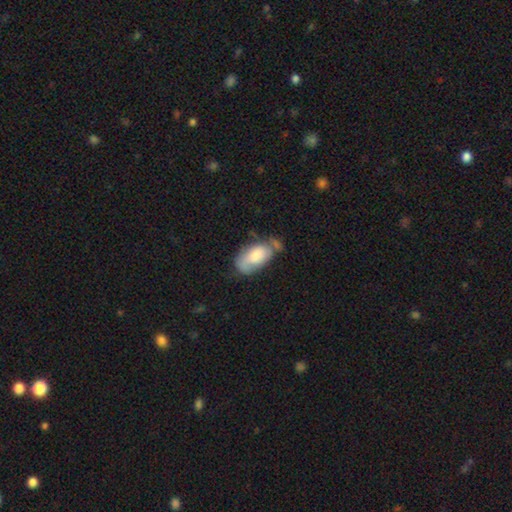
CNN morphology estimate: Smooth or featured? Predicted: smooth (p=0.71). How rounded? Predicted: in between (p=0.94). Merging? Predicted: none (p=0.38).